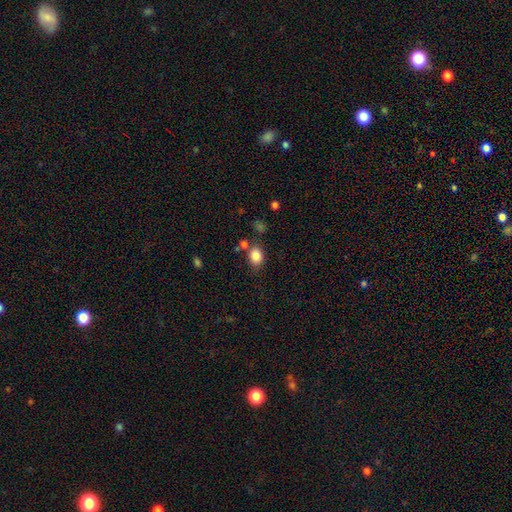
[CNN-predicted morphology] Smooth or featured?
  - smooth: 85% *
  - star or artifact: 10%
  - featured or disk: 5%
How rounded?
  - in between: 55% *
  - round: 44%
  - cigar-shaped: 1%
Merging?
  - none: 70% *
  - minor disturbance: 15%
  - merger: 10%
  - major disturbance: 5%